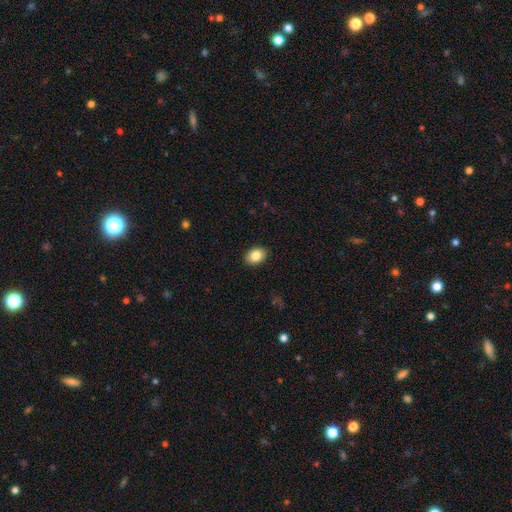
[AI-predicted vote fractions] This is clearly a smooth galaxy (84%). How rounded: likely in between (77%). Merging: clearly none (90%).